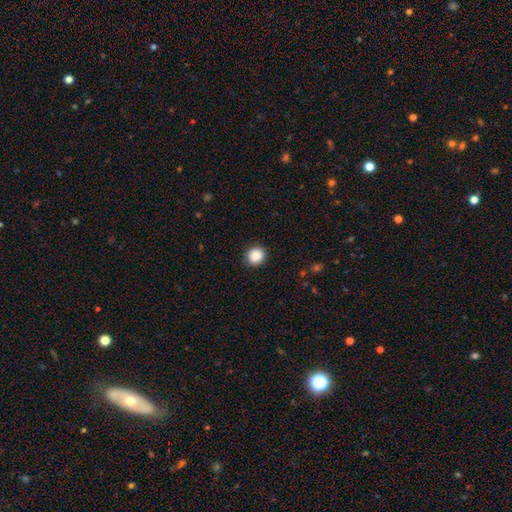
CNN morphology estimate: This appears to be a smooth galaxy with no disk features (89%) that is round (88%). Merging: none (90%).